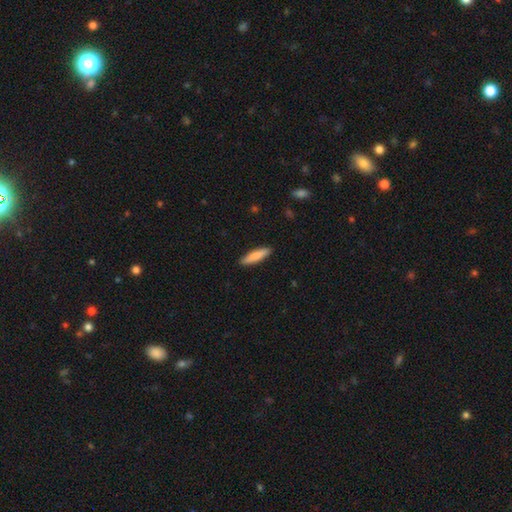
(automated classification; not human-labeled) A smooth galaxy with no disk features (82%) that is cigar-shaped (76%). Merging: none (91%).